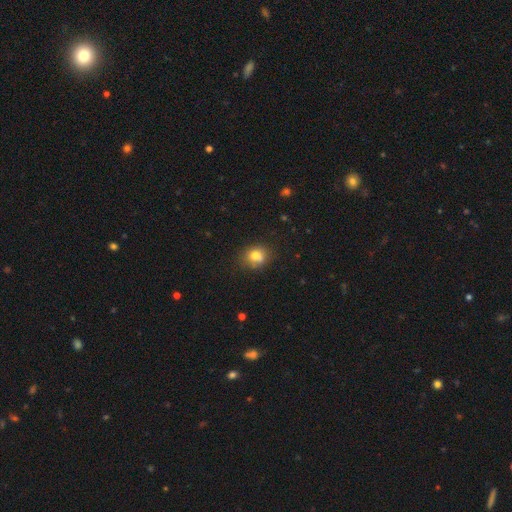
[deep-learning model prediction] A smooth galaxy with no disk features (76%) that is round (65%).

Vote fractions:
- Smooth or featured? smooth: 76% / featured or disk: 12% / star or artifact: 12%
- How rounded? round: 65% / in between: 34% / cigar-shaped: 1%
- Merging? none: 61% / minor disturbance: 20% / merger: 13% / major disturbance: 6%